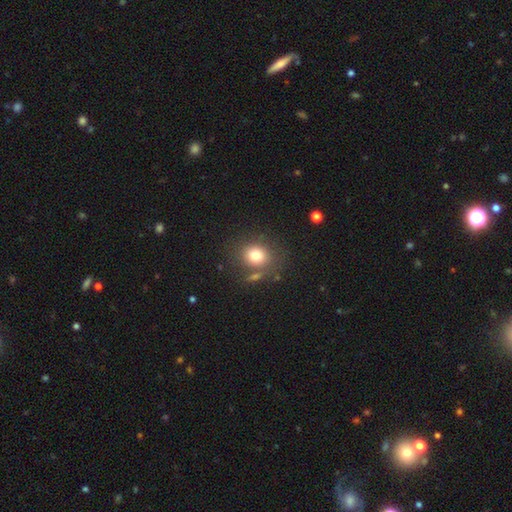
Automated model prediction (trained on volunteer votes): Morphology: type=smooth (78%); roundness=round (72%); merging=none (72%).